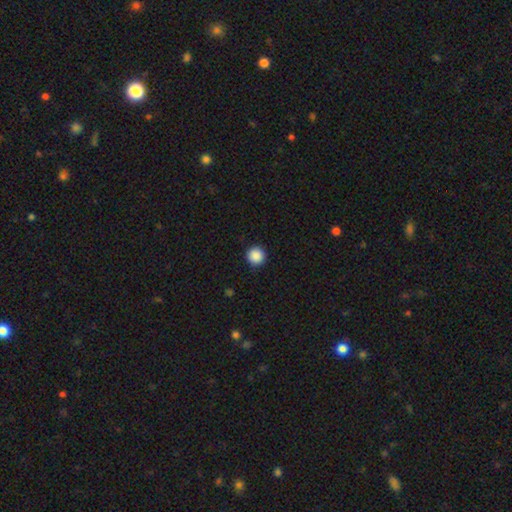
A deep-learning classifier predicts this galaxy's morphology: Smooth or featured? Predicted: smooth (p=0.88). How rounded? Predicted: round (p=0.96). Merging? Predicted: none (p=0.93).